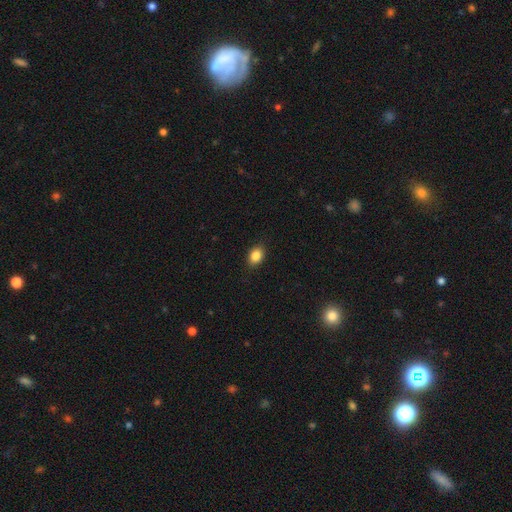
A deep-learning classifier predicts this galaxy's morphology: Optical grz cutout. It shows a smooth galaxy with no disk features (86%) that is in between round and cigar-shaped (78%). Merging: none (89%).